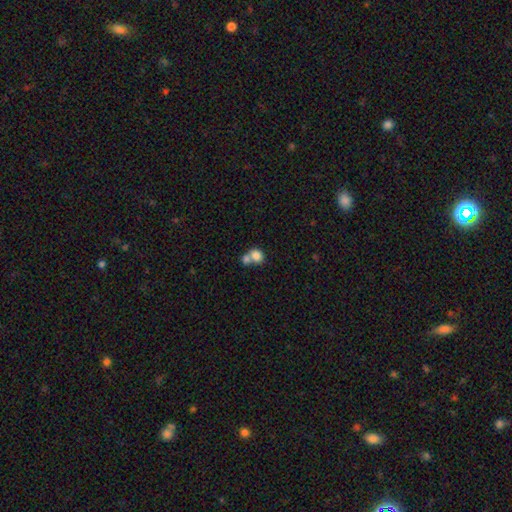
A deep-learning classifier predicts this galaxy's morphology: Q: Smooth or featured?
A: smooth (80%); runner-up: featured or disk (11%)
Q: How rounded?
A: round (62%); runner-up: in between (37%)
Q: Merging?
A: merger (60%); runner-up: none (29%)